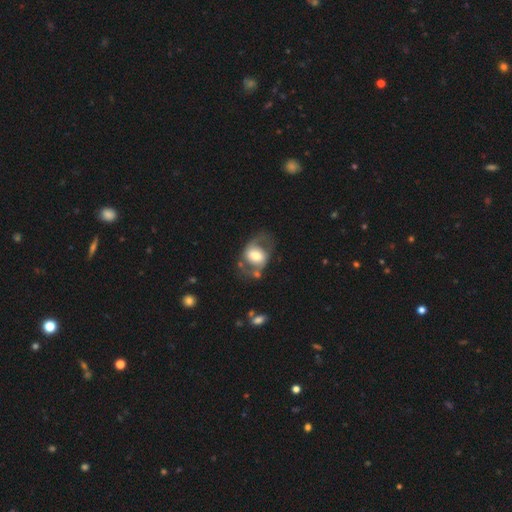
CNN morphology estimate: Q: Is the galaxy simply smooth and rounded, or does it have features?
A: featured or disk — 56%.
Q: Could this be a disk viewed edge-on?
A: no — 95%.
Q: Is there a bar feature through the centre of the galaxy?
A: no — 54%.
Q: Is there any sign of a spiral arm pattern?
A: yes — 59%.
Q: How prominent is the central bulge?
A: moderate — 56%.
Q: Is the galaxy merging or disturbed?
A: none — 56%.